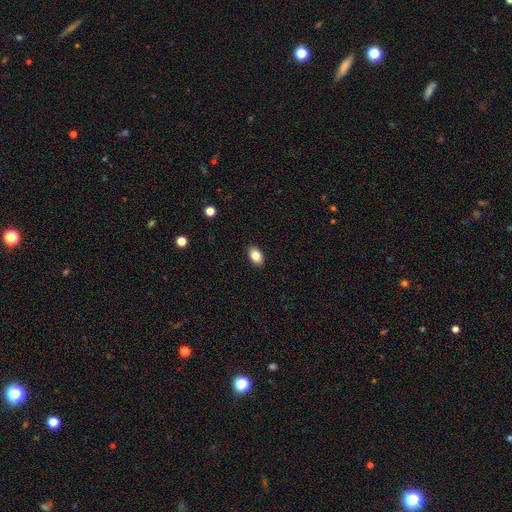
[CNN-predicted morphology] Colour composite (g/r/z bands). It shows a smooth galaxy with no disk features (83%) that is in between round and cigar-shaped (89%). Merging: none (90%).